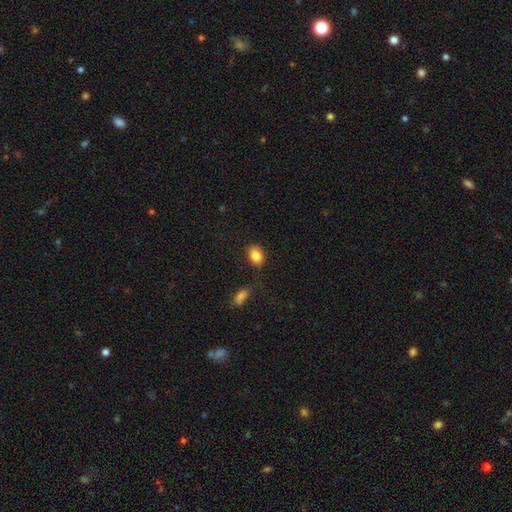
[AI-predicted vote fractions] The model was most divided on "how rounded": in between: 73%, round: 25%, cigar-shaped: 1%. More confident: smooth or featured — smooth (85%); merging — none (75%).